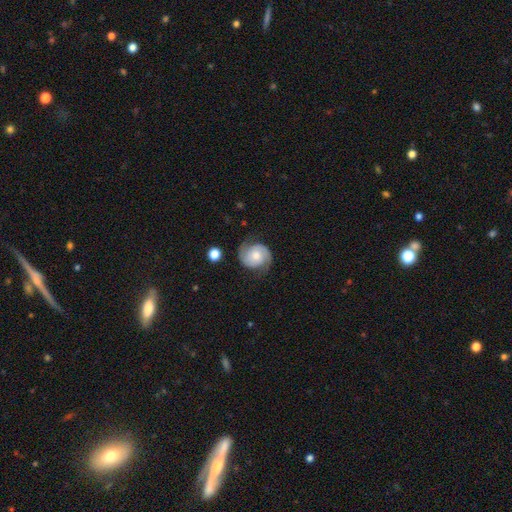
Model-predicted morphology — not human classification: Overall: featured or disk (79%). Edge-on disk: no (98%). Bar: no (69%). Spiral arms: yes (96%). Spiral arm count: 2 (92%). Spiral winding: medium (46%; tight 38%). Bulge size: moderate (57%; small 31%). Merging: none (77%).